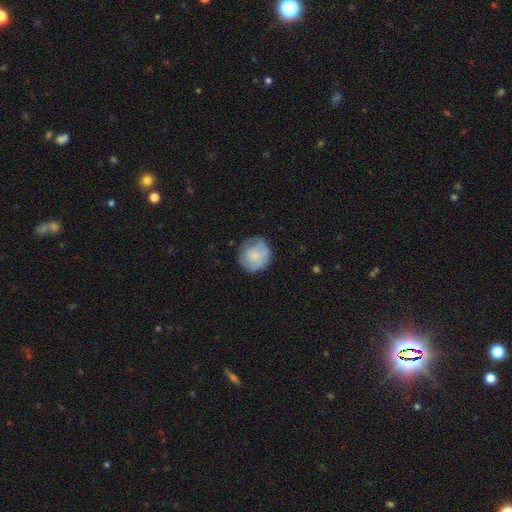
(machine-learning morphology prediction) smooth 65%, featured or disk 28%, star or artifact 7%. Down the decision tree: how rounded — round (89%); merging — none (72%).